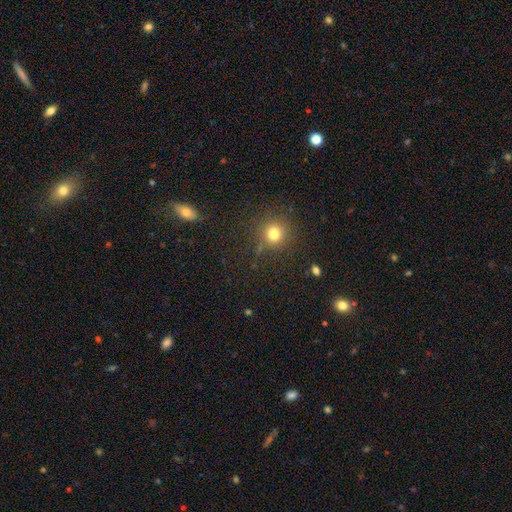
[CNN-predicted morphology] This is possibly a smooth galaxy (57%). How rounded: clearly round (92%). Merging: clearly none (86%).